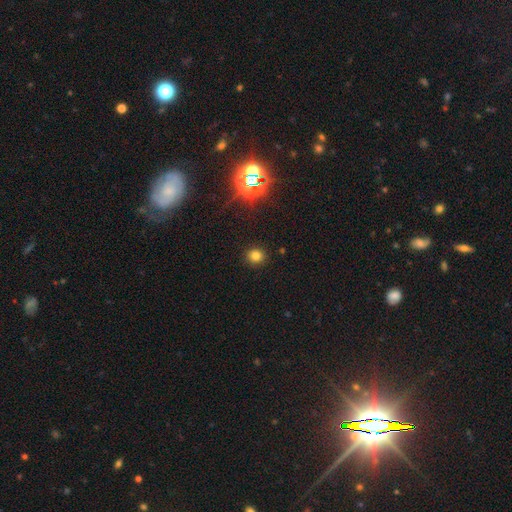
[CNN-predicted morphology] Q: Smooth or featured?
A: smooth (77%); runner-up: star or artifact (18%)
Q: How rounded?
A: round (88%); runner-up: in between (11%)
Q: Merging?
A: none (91%); runner-up: minor disturbance (6%)